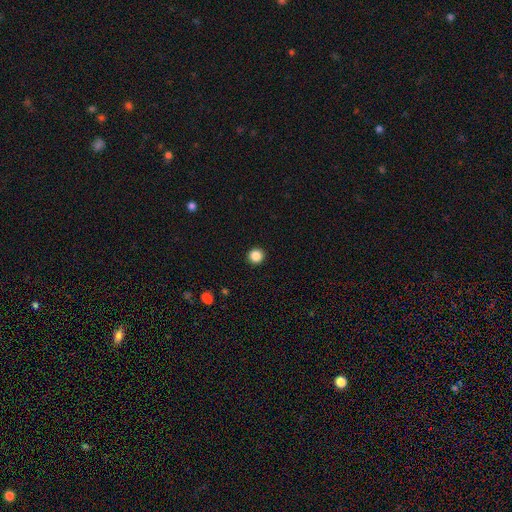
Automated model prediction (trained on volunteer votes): A smooth galaxy with no disk features (87%) that is round (95%). Merging: none (94%).